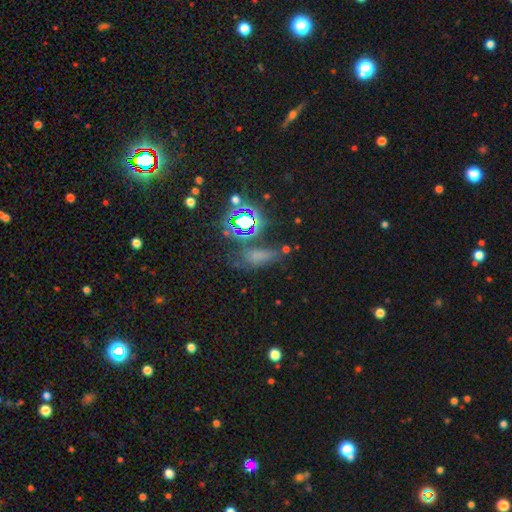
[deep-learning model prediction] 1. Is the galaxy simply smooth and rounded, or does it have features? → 49% smooth, 37% star or artifact, 14% featured or disk.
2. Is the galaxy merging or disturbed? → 53% none, 23% minor disturbance, 14% major disturbance, 9% merger.